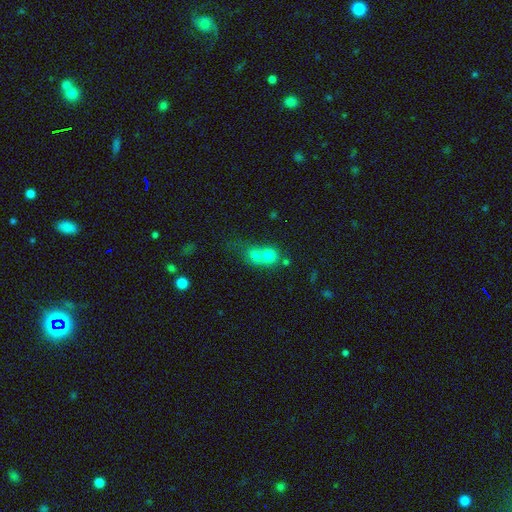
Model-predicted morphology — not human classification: smooth-or-featured: smooth: 72% | featured or disk: 14% | star or artifact: 13%
  how-rounded: round: 79% | in between: 20% | cigar-shaped: 1%
  merging: merger: 63% | none: 28% | minor disturbance: 5% | major disturbance: 4%